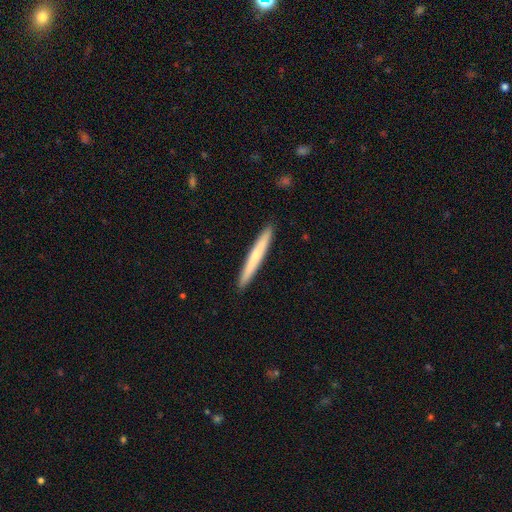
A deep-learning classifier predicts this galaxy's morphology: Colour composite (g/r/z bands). It shows a smooth galaxy with no disk features (60%) that is cigar-shaped (97%). Merging: none (92%).